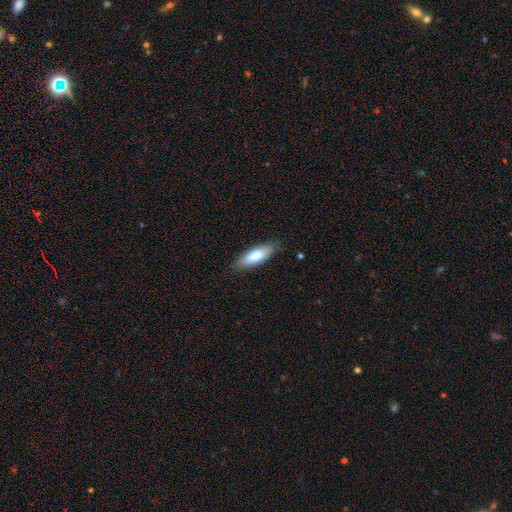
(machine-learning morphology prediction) Q: Smooth or featured?
A: smooth (77%); runner-up: featured or disk (17%)
Q: How rounded?
A: in between (54%); runner-up: cigar-shaped (44%)
Q: Merging?
A: none (84%); runner-up: minor disturbance (13%)